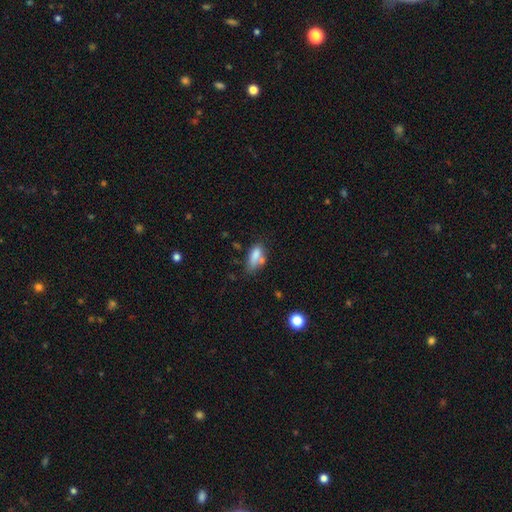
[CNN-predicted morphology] A smooth galaxy with no disk features (77%) that is in between round and cigar-shaped (80%).

Vote fractions:
- Smooth or featured? smooth: 77% / featured or disk: 13% / star or artifact: 10%
- How rounded? in between: 80% / cigar-shaped: 16% / round: 4%
- Merging? none: 42% / minor disturbance: 27% / merger: 19% / major disturbance: 12%